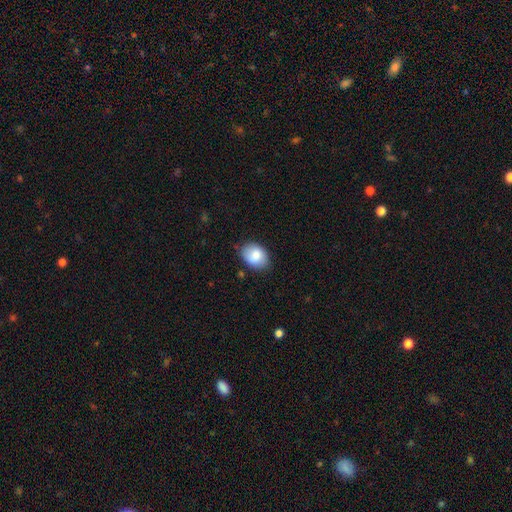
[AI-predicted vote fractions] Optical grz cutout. It shows a smooth galaxy with no disk features (82%) that is in between round and cigar-shaped (73%). Merging: none (79%).